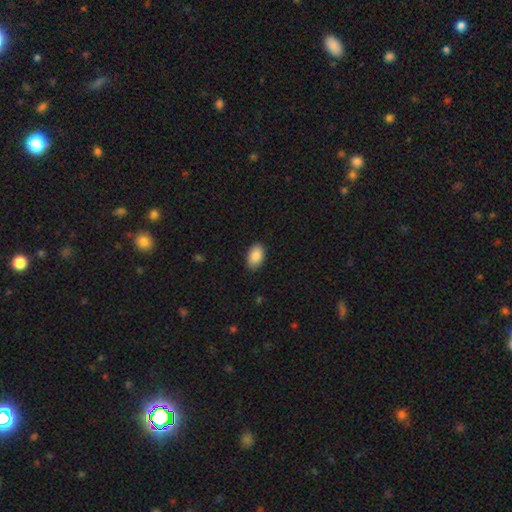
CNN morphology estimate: A smooth galaxy with no disk features (89%) that is in between round and cigar-shaped (91%).

Vote fractions:
- Smooth or featured? smooth: 89% / star or artifact: 7% / featured or disk: 5%
- How rounded? in between: 91% / round: 7% / cigar-shaped: 1%
- Merging? none: 87% / minor disturbance: 10% / major disturbance: 2% / merger: 1%